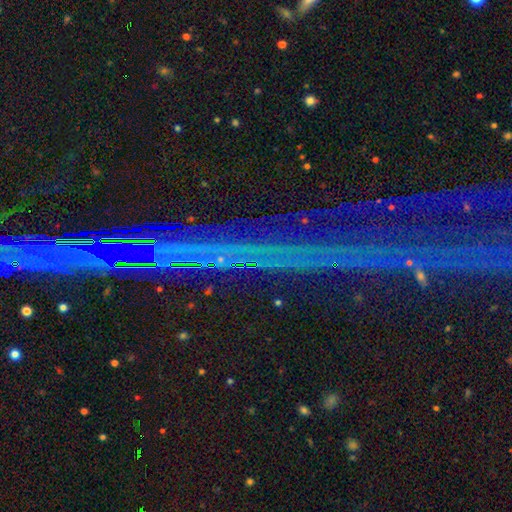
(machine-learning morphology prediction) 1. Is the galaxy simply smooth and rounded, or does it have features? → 79% star or artifact, 12% featured or disk, 9% smooth.